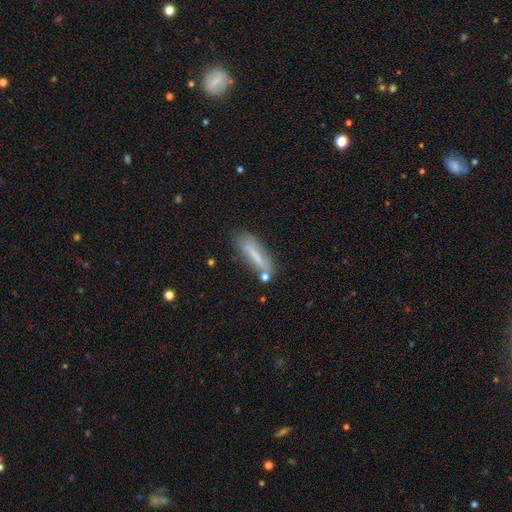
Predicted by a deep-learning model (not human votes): Morphology: type=smooth (59%); roundness=cigar-shaped (68%); merging=none (62%).